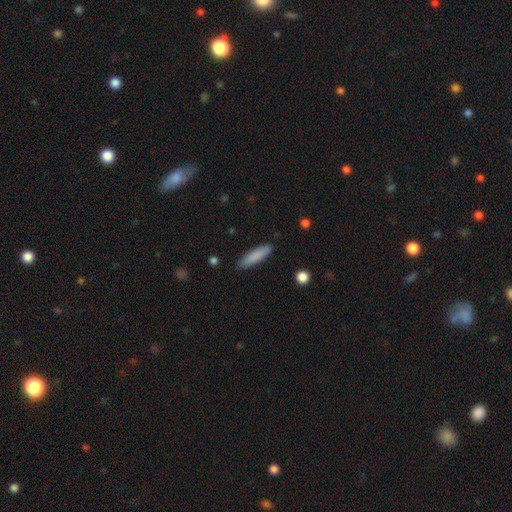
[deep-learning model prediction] smooth 85%, featured or disk 9%, star or artifact 6%. Down the decision tree: how rounded — cigar-shaped (77%); merging — none (87%).